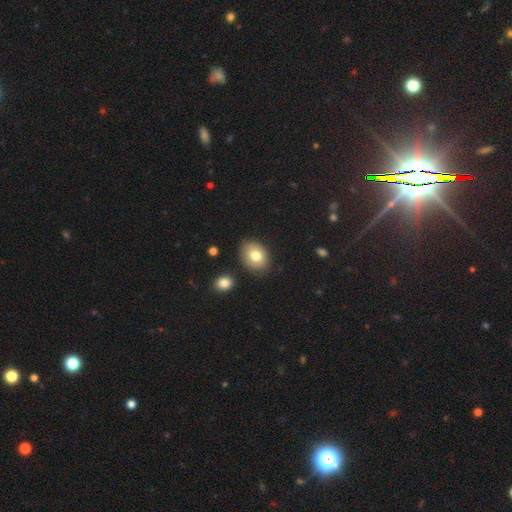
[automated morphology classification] A smooth galaxy with no disk features (78%) that is in between round and cigar-shaped (59%).

Vote fractions:
- Smooth or featured? smooth: 78% / featured or disk: 14% / star or artifact: 9%
- How rounded? in between: 59% / round: 40% / cigar-shaped: 1%
- Merging? none: 80% / minor disturbance: 14% / merger: 3% / major disturbance: 3%